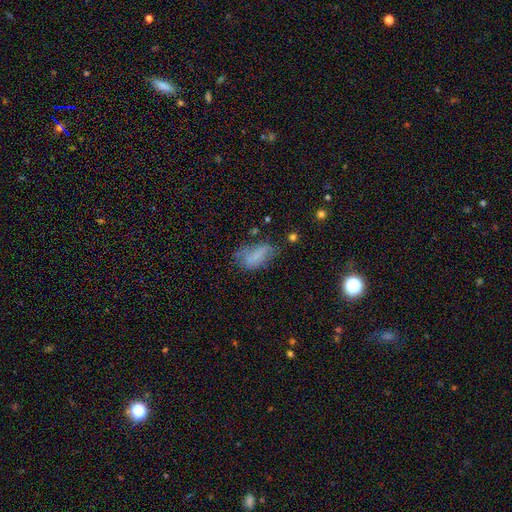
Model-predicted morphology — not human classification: Smooth or featured? Predicted: smooth (p=0.63). How rounded? Predicted: in between (p=0.85). Merging? Predicted: none (p=0.41).